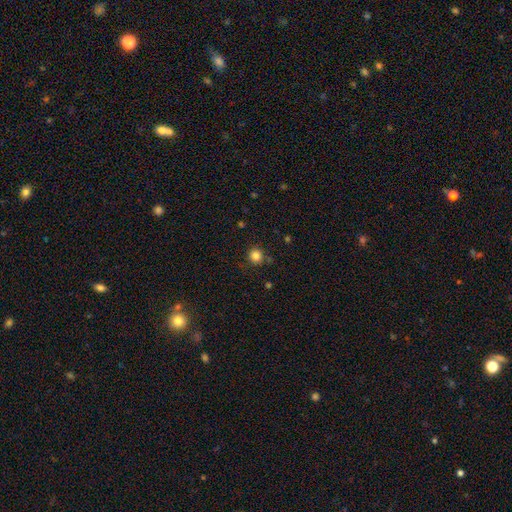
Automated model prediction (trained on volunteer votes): A smooth galaxy with no disk features (84%) that is round (91%). Merging: none (86%).